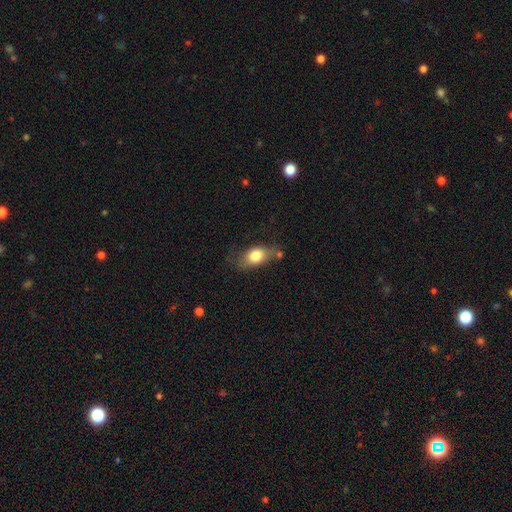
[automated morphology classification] A smooth galaxy with no disk features (78%) that is in between round and cigar-shaped (81%). Merging: none (54%).